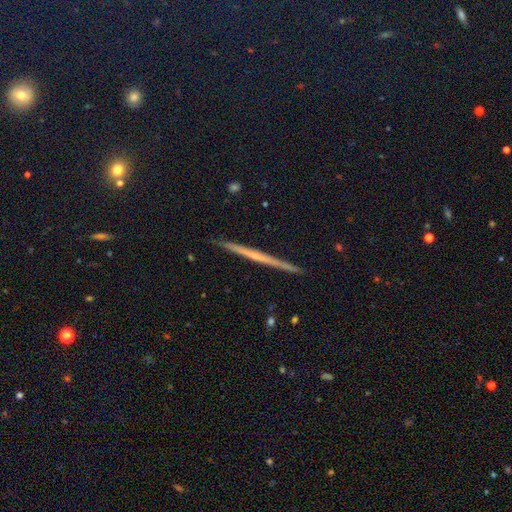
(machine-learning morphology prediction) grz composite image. It shows a featured or disk galaxy (67%) viewed edge-on (98%) with no central bulge (72%). Merging: none (92%).